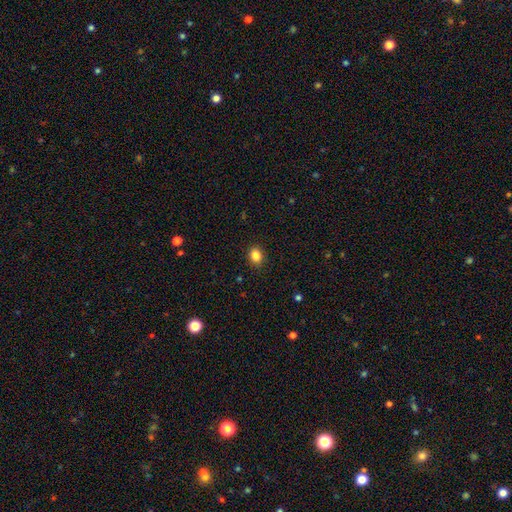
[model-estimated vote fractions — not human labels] Morphology: type=smooth (86%); roundness=round (56%); merging=none (89%).